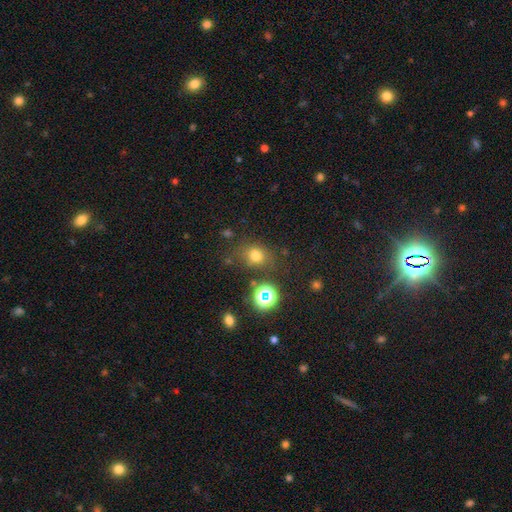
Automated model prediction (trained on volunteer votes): Q: Smooth or featured?
A: smooth (71%); runner-up: star or artifact (21%)
Q: How rounded?
A: round (58%); runner-up: in between (41%)
Q: Merging?
A: none (71%); runner-up: minor disturbance (16%)